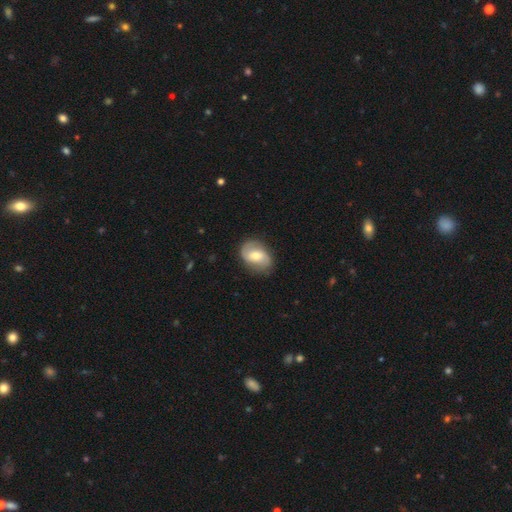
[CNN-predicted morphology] Smooth or featured? Predicted: featured or disk (p=0.66). Edge-on disk? Predicted: no (p=0.97). Bar? Predicted: weak (p=0.44). Spiral arms? Predicted: yes (p=0.87). Spiral winding? Predicted: medium (p=0.43). Spiral arm count? Predicted: 2 (p=0.82). Bulge size? Predicted: moderate (p=0.64). Merging? Predicted: none (p=0.76).